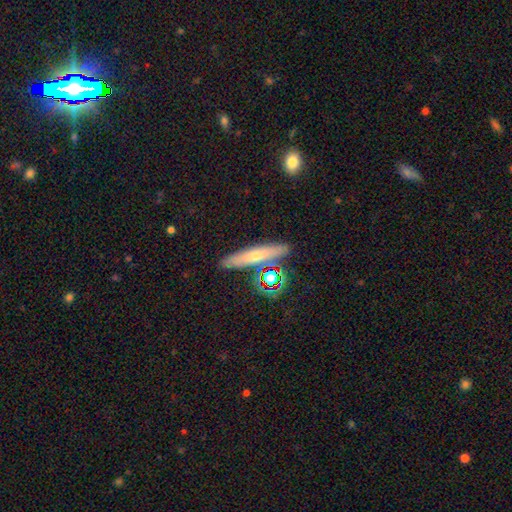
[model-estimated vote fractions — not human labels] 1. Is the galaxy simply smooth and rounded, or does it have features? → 50% smooth, 35% featured or disk, 15% star or artifact.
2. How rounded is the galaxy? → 80% cigar-shaped, 15% in between, 6% round.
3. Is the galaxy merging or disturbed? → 84% none, 9% minor disturbance, 4% merger, 2% major disturbance.